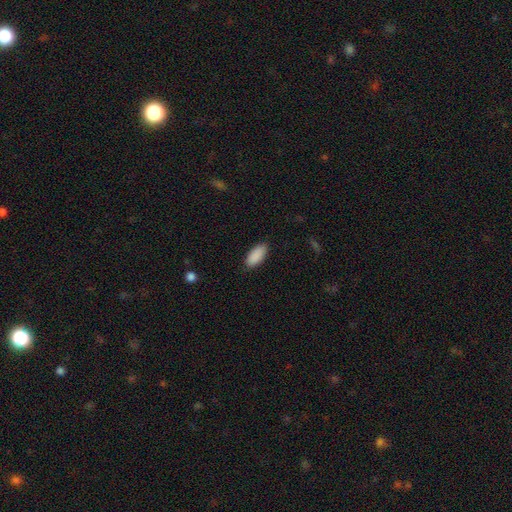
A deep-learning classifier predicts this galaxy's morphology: Smooth or featured?
  - smooth: 91% *
  - star or artifact: 6%
  - featured or disk: 3%
How rounded?
  - in between: 88% *
  - cigar-shaped: 10%
  - round: 2%
Merging?
  - none: 87% *
  - minor disturbance: 10%
  - major disturbance: 2%
  - merger: 1%